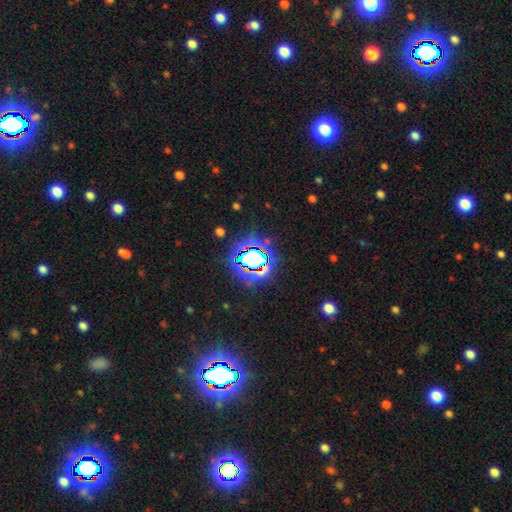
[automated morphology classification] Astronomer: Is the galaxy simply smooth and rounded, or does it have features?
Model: star or artifact — 70%.